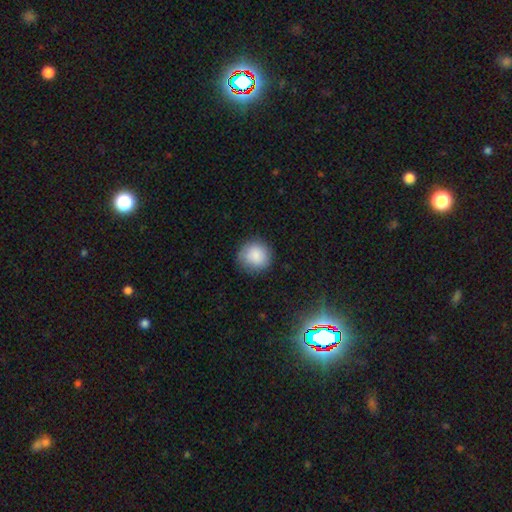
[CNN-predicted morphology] Smooth or featured?
  - smooth: 86% *
  - star or artifact: 8%
  - featured or disk: 5%
How rounded?
  - round: 90% *
  - in between: 9%
  - cigar-shaped: 1%
Merging?
  - none: 83% *
  - minor disturbance: 13%
  - major disturbance: 3%
  - merger: 1%